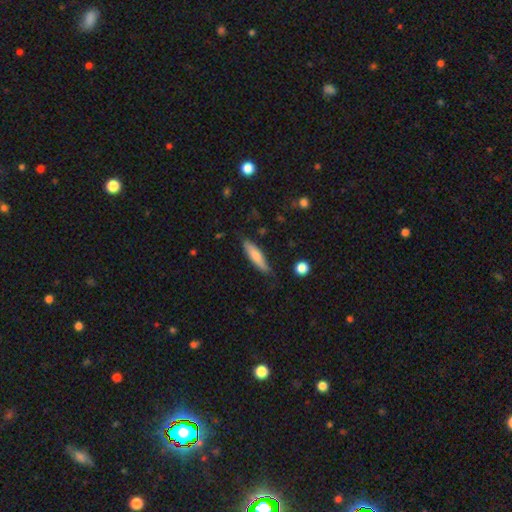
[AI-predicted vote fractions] Smooth or featured? Predicted: smooth (p=0.70). How rounded? Predicted: cigar-shaped (p=0.75). Merging? Predicted: none (p=0.77).